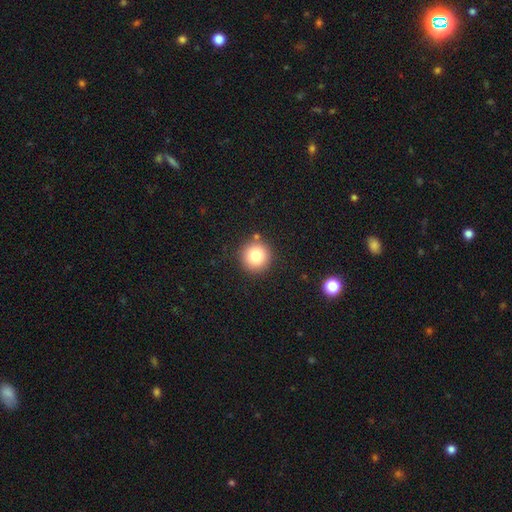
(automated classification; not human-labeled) Morphology: type=smooth (82%); roundness=round (95%); merging=none (86%).